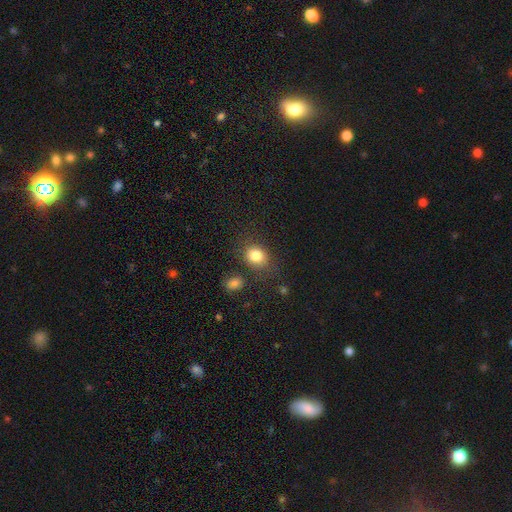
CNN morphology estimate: This is clearly a smooth galaxy (82%). How rounded: likely round (60%). Merging: likely none (75%).